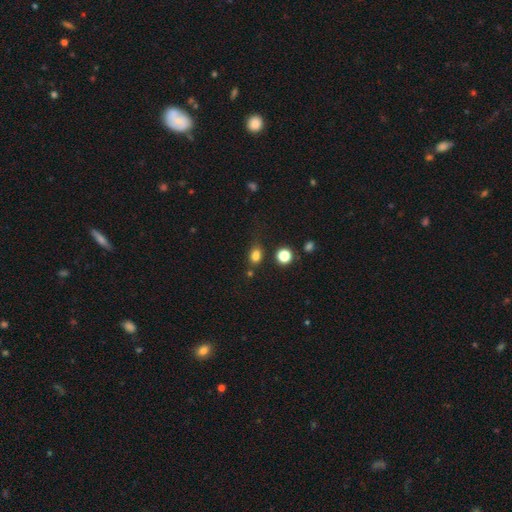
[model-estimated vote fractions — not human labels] Morphology: type=smooth (79%); roundness=in between (56%); merging=none (63%).